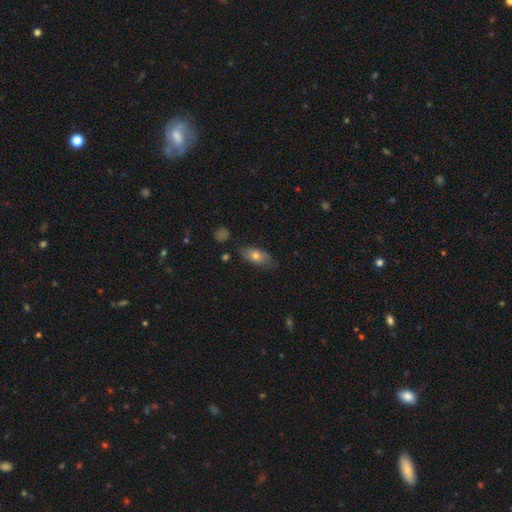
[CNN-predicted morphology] This is likely a smooth galaxy (69%). How rounded: clearly in between (85%). Merging: likely none (71%).